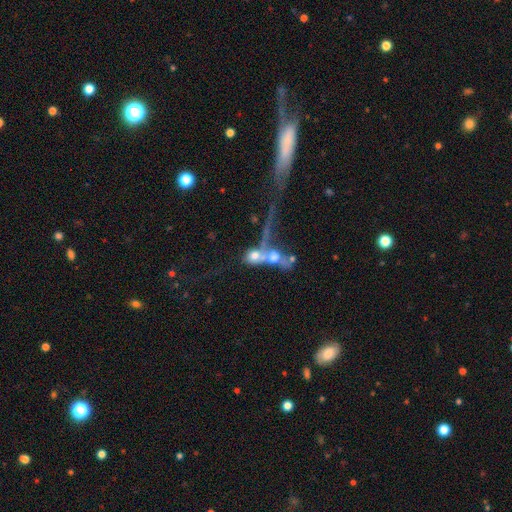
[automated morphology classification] A smooth galaxy with no disk features (45%).

Vote fractions:
- Smooth or featured? smooth: 45% / featured or disk: 39% / star or artifact: 16%
- Merging? merger: 69% / major disturbance: 15% / none: 12% / minor disturbance: 5%